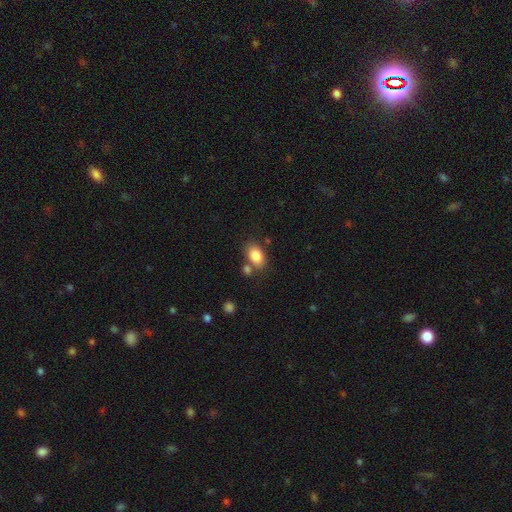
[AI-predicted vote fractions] smooth 85%, star or artifact 8%, featured or disk 7%. Down the decision tree: how rounded — in between (87%); merging — none (66%).